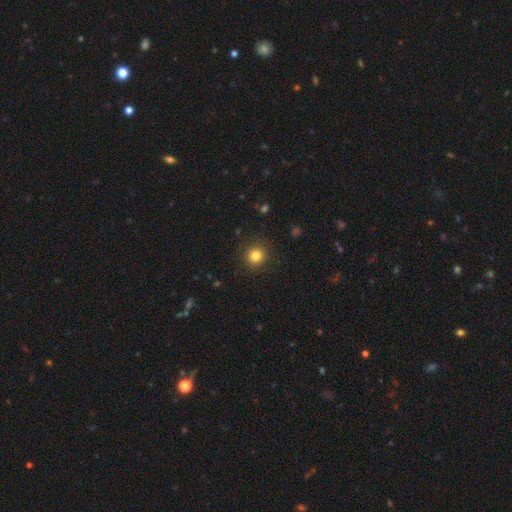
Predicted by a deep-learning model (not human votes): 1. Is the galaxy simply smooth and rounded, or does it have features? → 82% smooth, 12% star or artifact, 6% featured or disk.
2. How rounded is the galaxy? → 92% round, 7% in between, 1% cigar-shaped.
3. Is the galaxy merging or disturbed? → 90% none, 7% minor disturbance, 3% major disturbance, 1% merger.